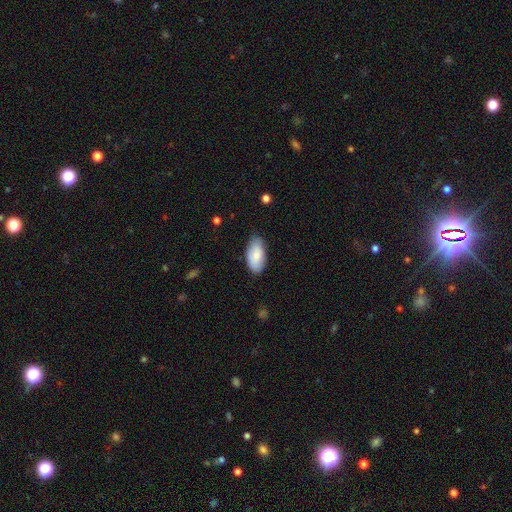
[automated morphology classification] Q: Smooth or featured?
A: smooth (83%); runner-up: featured or disk (11%)
Q: How rounded?
A: in between (95%); runner-up: cigar-shaped (3%)
Q: Merging?
A: none (75%); runner-up: minor disturbance (21%)